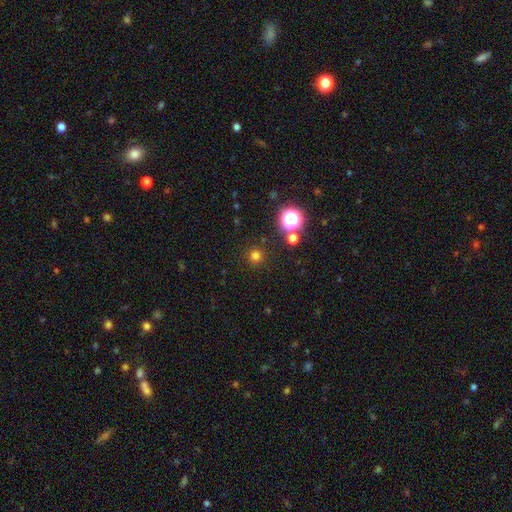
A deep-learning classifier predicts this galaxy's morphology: Overall: smooth (73%). How rounded: round (95%). Merging: none (89%).